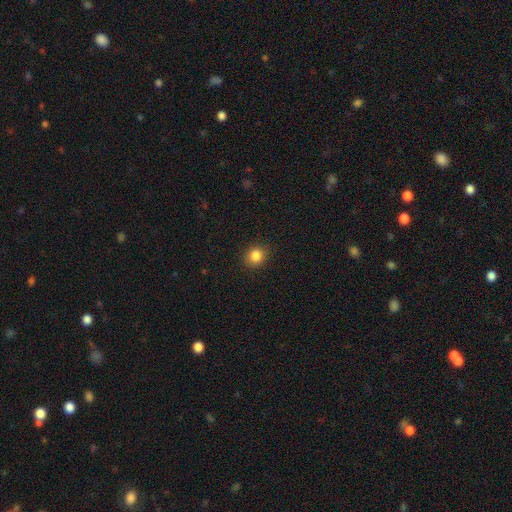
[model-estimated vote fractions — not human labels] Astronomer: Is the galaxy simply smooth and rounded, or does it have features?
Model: smooth — 85%.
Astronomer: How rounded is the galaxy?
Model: round — 84%.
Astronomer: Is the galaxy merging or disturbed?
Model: none — 90%.